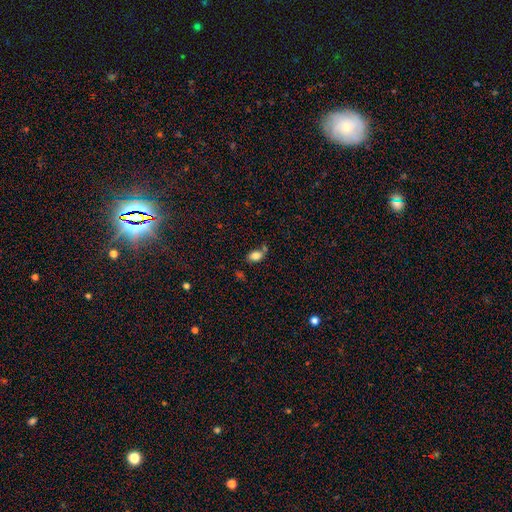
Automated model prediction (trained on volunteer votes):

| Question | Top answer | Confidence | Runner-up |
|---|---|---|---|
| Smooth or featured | smooth | 82% | star or artifact (10%) |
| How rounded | in between | 80% | round (19%) |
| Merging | none | 61% | minor disturbance (18%) |